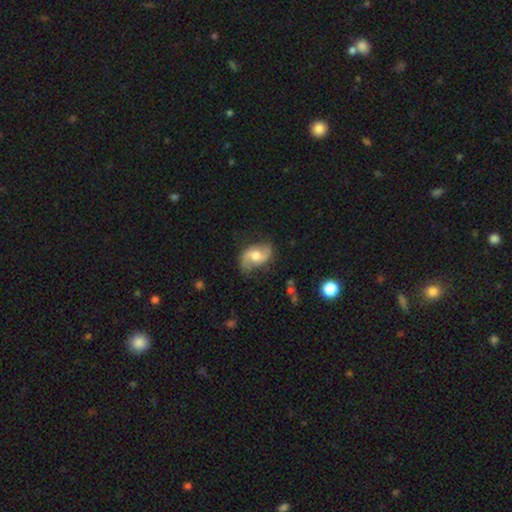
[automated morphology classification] Smooth or featured? featured or disk (76%)
Edge-on disk? no (97%)
Bar? no (47%)
Spiral arms? yes (94%)
Spiral winding? loose (53%)
Spiral arm count? 2 (91%)
Bulge size? moderate (61%)
Merging? none (75%)